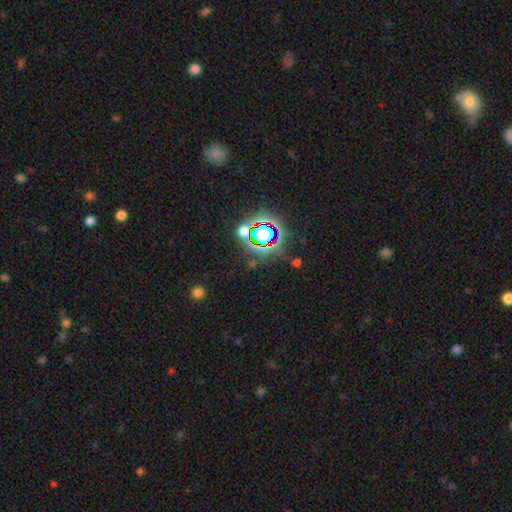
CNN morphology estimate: smooth_or_featured: star or artifact (p=0.79) [alt: smooth p=0.13]